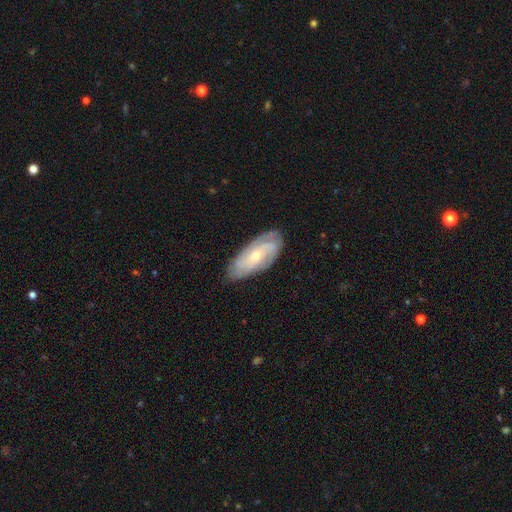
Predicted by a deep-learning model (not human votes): smooth_or_featured: featured or disk (p=0.76) [alt: smooth p=0.18]
disk_edge_on: no (p=0.92) [alt: yes p=0.08]
bar: no (p=0.64) [alt: weak p=0.28]
has_spiral_arms: yes (p=0.93) [alt: no p=0.07]
spiral_winding: tight (p=0.56) [alt: medium p=0.34]
spiral_arm_count: can't tell (p=0.31) [alt: 2 p=0.28]
bulge_size: small (p=0.64) [alt: moderate p=0.33]
merging: none (p=0.80) [alt: minor disturbance p=0.16]